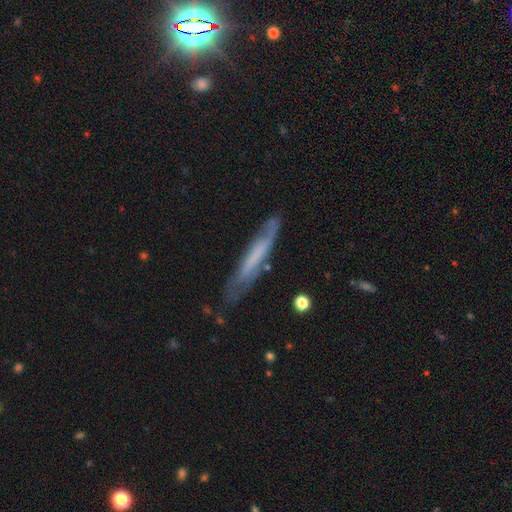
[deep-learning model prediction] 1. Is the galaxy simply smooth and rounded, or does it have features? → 53% featured or disk, 40% smooth, 7% star or artifact.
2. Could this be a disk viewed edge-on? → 69% yes, 31% no.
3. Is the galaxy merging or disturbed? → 67% none, 23% minor disturbance, 7% major disturbance, 3% merger.